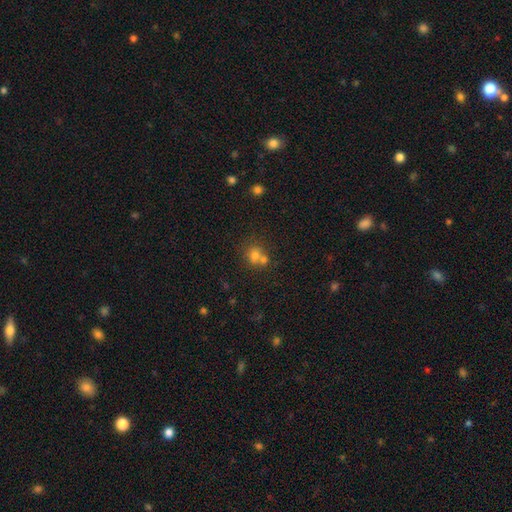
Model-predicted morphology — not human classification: Smooth or featured? Predicted: smooth (p=0.65). How rounded? Predicted: round (p=0.80). Merging? Predicted: none (p=0.46).